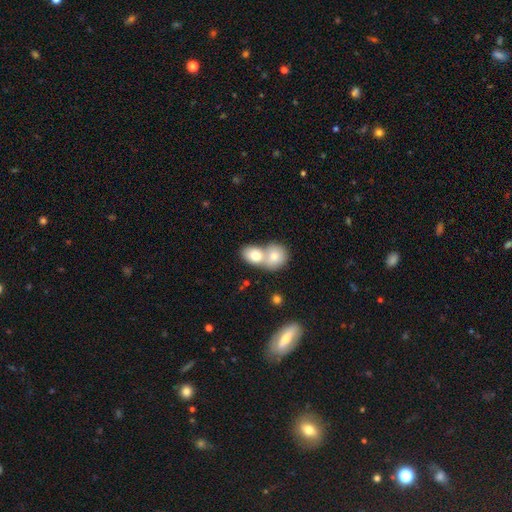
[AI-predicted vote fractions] This appears to be a smooth galaxy with no disk features (76%) that is in between round and cigar-shaped (56%). Merging: merger (69%).